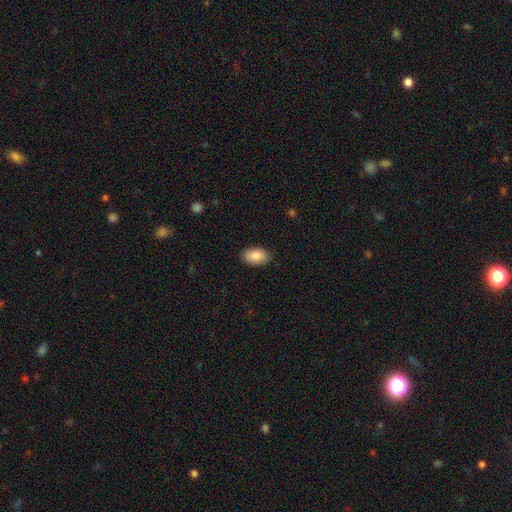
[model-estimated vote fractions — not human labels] smooth 88%, star or artifact 6%, featured or disk 6%. Down the decision tree: how rounded — in between (94%); merging — none (88%).